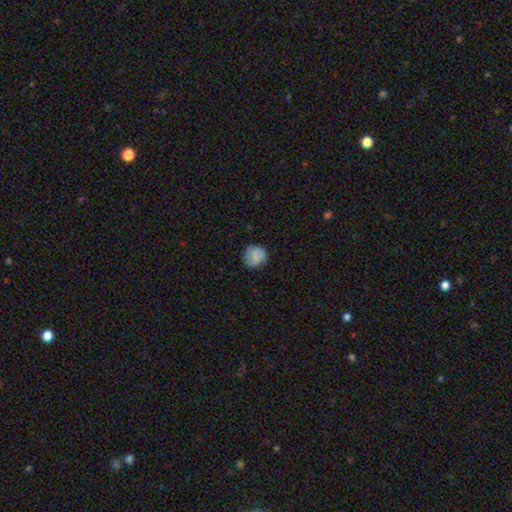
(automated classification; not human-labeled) Smooth or featured? smooth (76%)
How rounded? round (86%)
Merging? none (80%)